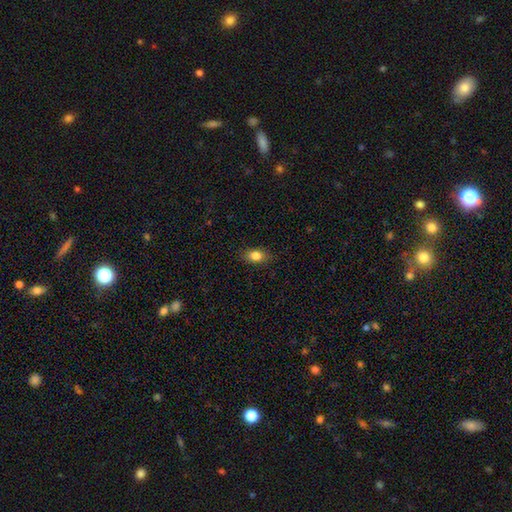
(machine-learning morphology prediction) smooth_or_featured: smooth (p=0.83) [alt: star or artifact p=0.09]
how_rounded: in between (p=0.82) [alt: round p=0.14]
merging: none (p=0.86) [alt: minor disturbance p=0.11]